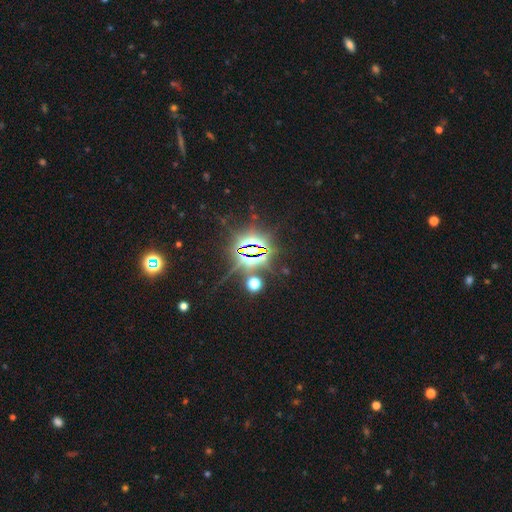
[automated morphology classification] A star or artifact, not a galaxy (86%).

Vote fractions:
- Smooth or featured? star or artifact: 86% / smooth: 8% / featured or disk: 6%